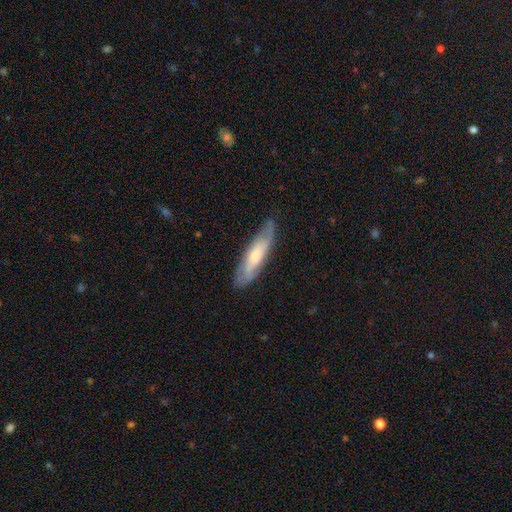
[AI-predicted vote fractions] smooth-or-featured: featured or disk: 53% | smooth: 41% | star or artifact: 6%
  disk-edge-on: no: 55% | yes: 45%
  merging: none: 74% | minor disturbance: 20% | major disturbance: 4% | merger: 1%